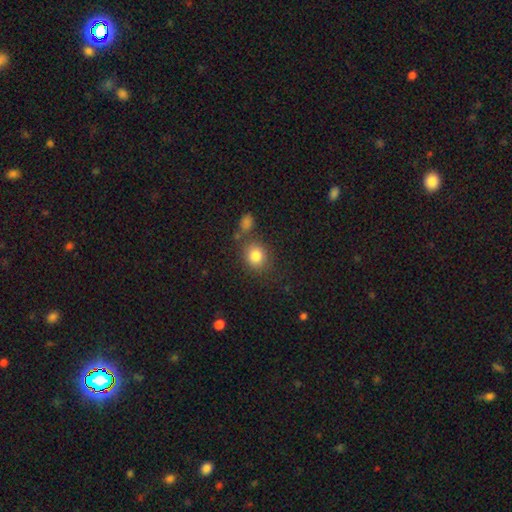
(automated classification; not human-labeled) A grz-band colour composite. It shows a smooth galaxy with no disk features (82%) that is round (71%). Merging: none (72%).